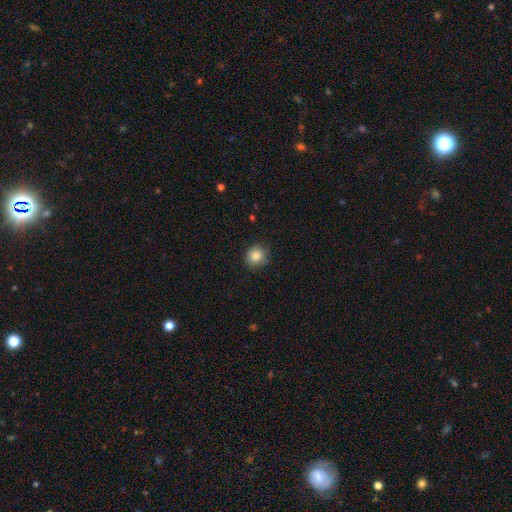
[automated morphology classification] smooth 86%, star or artifact 10%, featured or disk 5%. Down the decision tree: how rounded — round (90%); merging — none (85%).